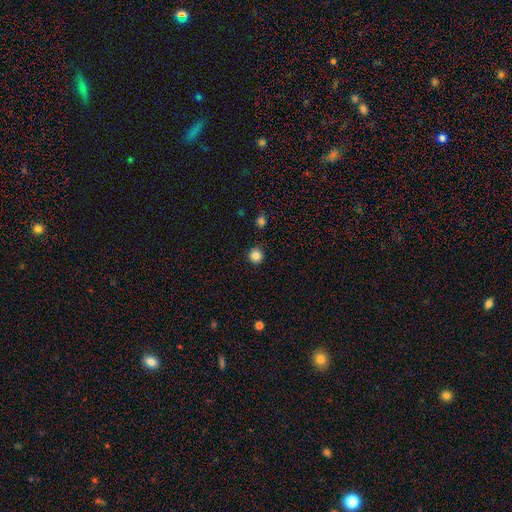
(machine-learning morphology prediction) Q: Smooth or featured?
A: smooth (84%); runner-up: star or artifact (11%)
Q: How rounded?
A: round (96%); runner-up: in between (3%)
Q: Merging?
A: none (92%); runner-up: minor disturbance (5%)